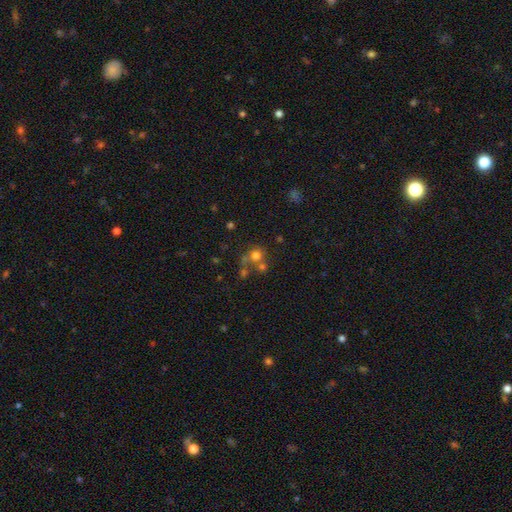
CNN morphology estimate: A smooth galaxy with no disk features (67%) that is round (87%). Merging: none (49%).